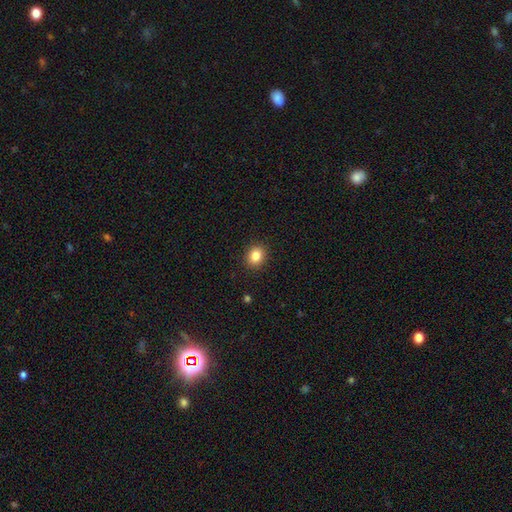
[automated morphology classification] The model was most divided on "how rounded": round: 65%, in between: 34%, cigar-shaped: 1%. More confident: merging — none (91%); smooth or featured — smooth (84%).